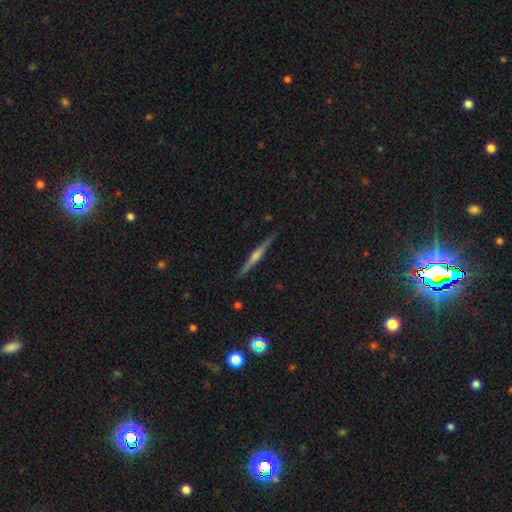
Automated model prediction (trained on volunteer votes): Smooth or featured: featured or disk — 79% (smooth — 14%)
Edge-on disk: yes — 98% (no — 2%)
Edge-on bulge: rounded — 77% (boxy — 12%)
Merging: none — 92% (minor disturbance — 6%)